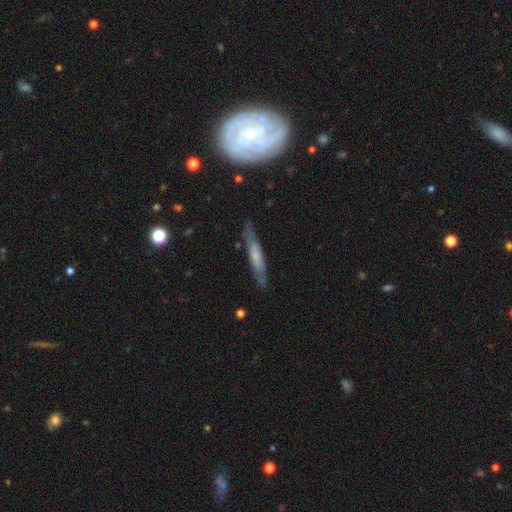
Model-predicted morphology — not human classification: A featured or disk galaxy (50%).

Vote fractions:
- Smooth or featured? featured or disk: 50% / smooth: 43% / star or artifact: 7%
- Merging? none: 79% / minor disturbance: 16% / major disturbance: 3% / merger: 2%